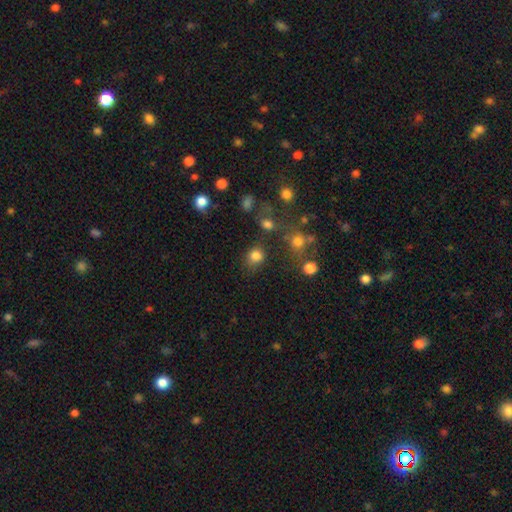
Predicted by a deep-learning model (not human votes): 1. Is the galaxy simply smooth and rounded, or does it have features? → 80% smooth, 14% star or artifact, 6% featured or disk.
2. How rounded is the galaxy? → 71% round, 28% in between, 1% cigar-shaped.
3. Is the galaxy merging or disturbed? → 70% none, 15% minor disturbance, 8% merger, 7% major disturbance.